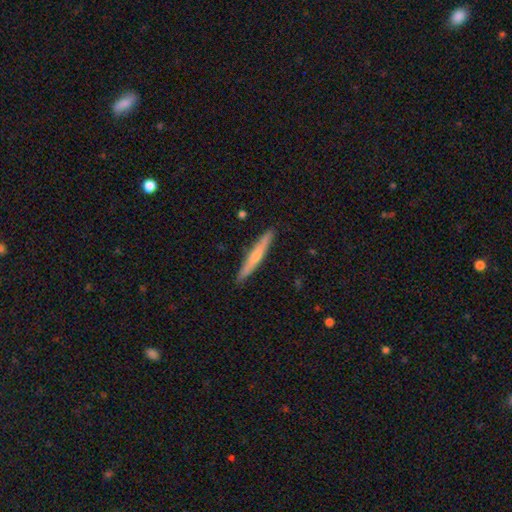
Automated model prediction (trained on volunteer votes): Smooth or featured: smooth — 55% (featured or disk — 40%)
How rounded: cigar-shaped — 95% (in between — 3%)
Merging: none — 91% (minor disturbance — 7%)